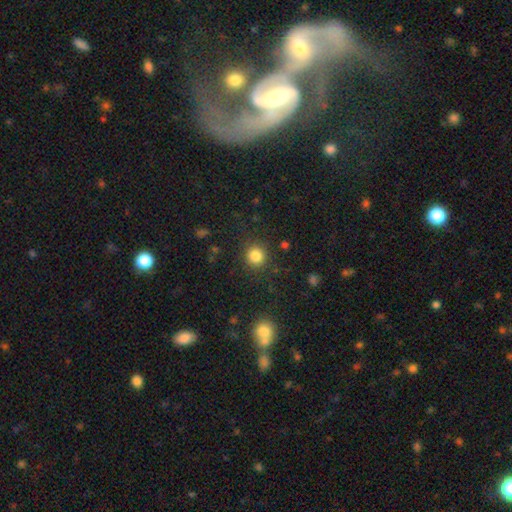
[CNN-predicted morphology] Smooth or featured: smooth — 83% (star or artifact — 12%)
How rounded: round — 91% (in between — 8%)
Merging: none — 88% (minor disturbance — 7%)